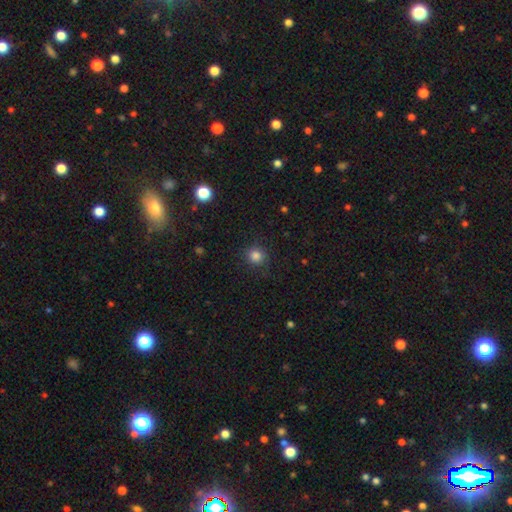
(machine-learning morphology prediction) smooth_or_featured: smooth (p=0.83) [alt: star or artifact p=0.13]
how_rounded: round (p=0.90) [alt: in between p=0.09]
merging: none (p=0.86) [alt: minor disturbance p=0.09]